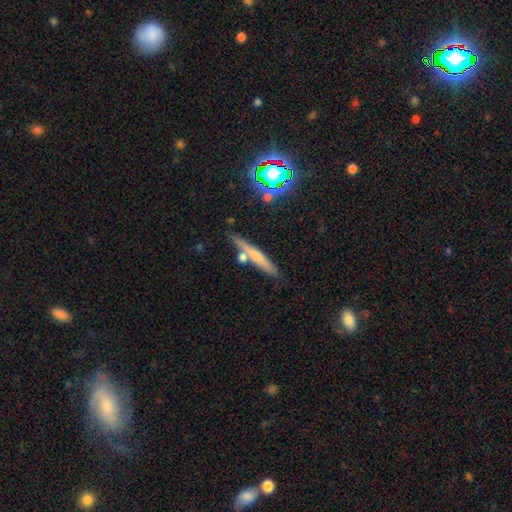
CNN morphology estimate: A smooth galaxy with no disk features (56%) that is cigar-shaped (91%). Merging: none (70%).